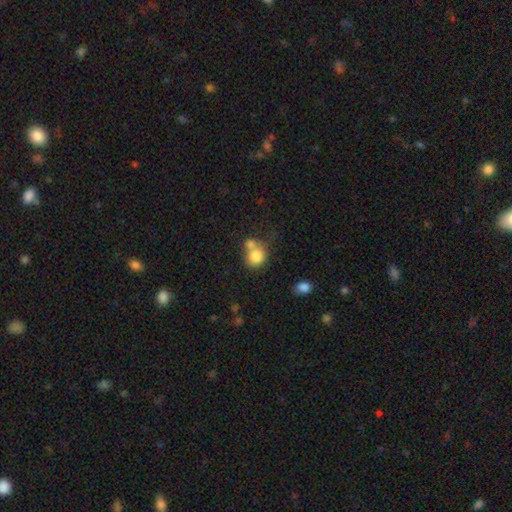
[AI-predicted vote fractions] A smooth galaxy with no disk features (80%) that is round (78%). Merging: merger (45%).